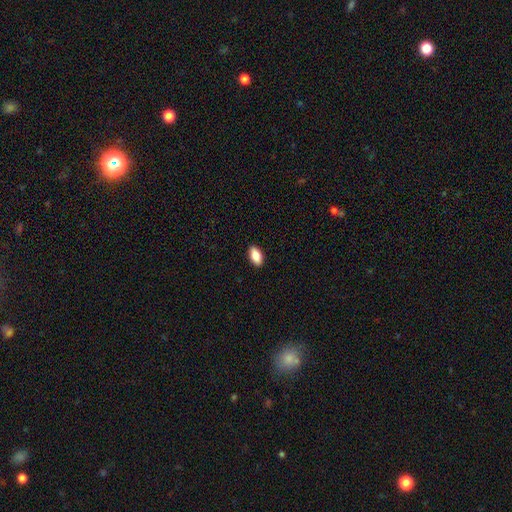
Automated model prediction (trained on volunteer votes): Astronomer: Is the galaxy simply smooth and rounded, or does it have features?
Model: smooth — 87%.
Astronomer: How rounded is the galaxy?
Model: in between — 91%.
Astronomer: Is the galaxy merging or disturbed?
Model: none — 91%.